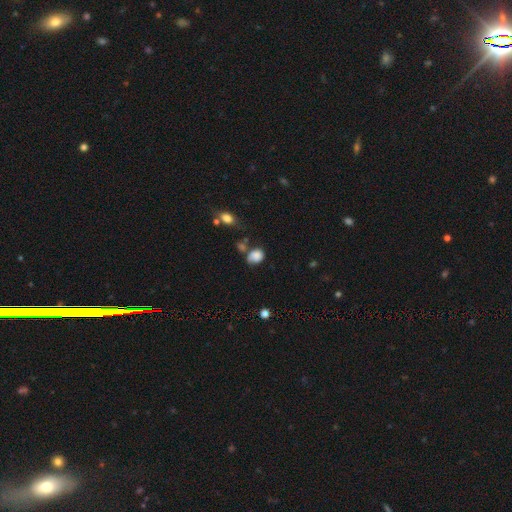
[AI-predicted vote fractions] Morphology: type=smooth (78%); roundness=in between (57%); merging=none (41%).